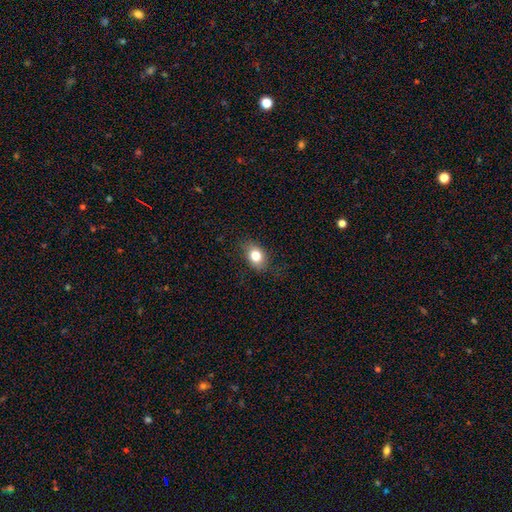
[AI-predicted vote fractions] smooth-or-featured: smooth: 80% | featured or disk: 10% | star or artifact: 9%
  how-rounded: in between: 72% | round: 26% | cigar-shaped: 2%
  merging: none: 81% | minor disturbance: 14% | major disturbance: 4% | merger: 1%